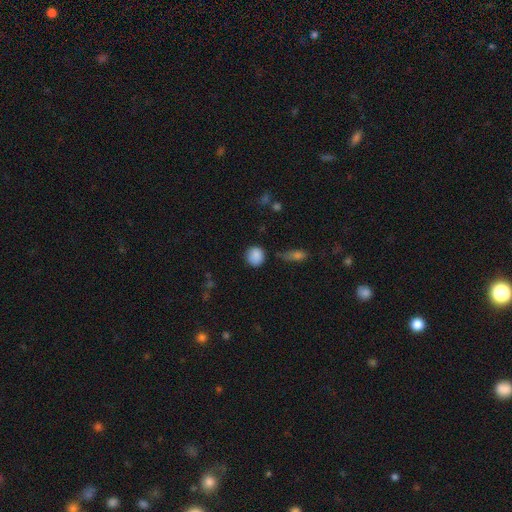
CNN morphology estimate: Smooth or featured? smooth (87%)
How rounded? round (83%)
Merging? none (76%)